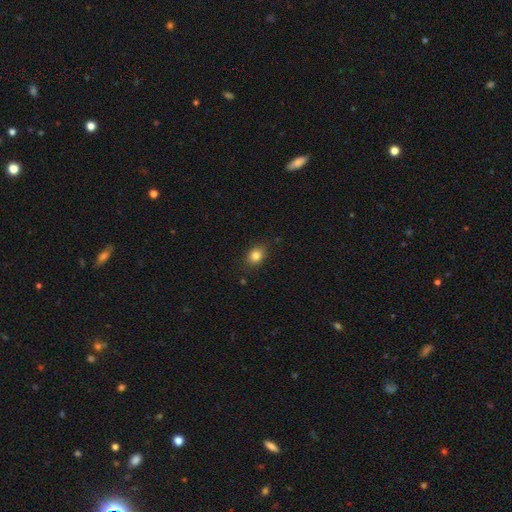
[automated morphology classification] A smooth galaxy with no disk features (83%) that is in between round and cigar-shaped (63%). Merging: none (86%).